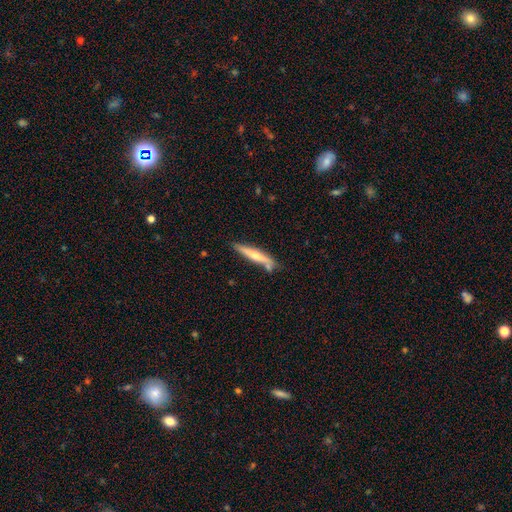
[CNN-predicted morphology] This is possibly a smooth galaxy (49%). Merging: likely none (73%).